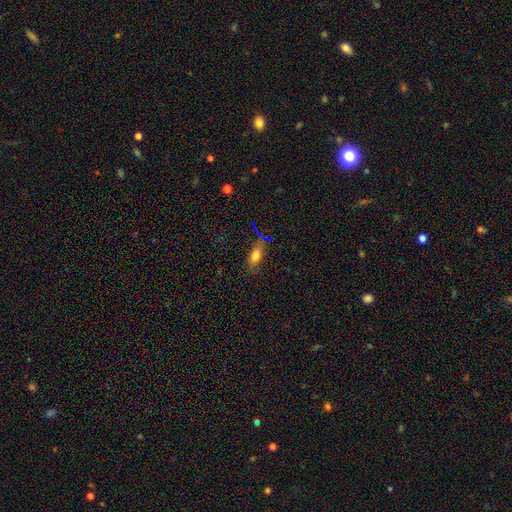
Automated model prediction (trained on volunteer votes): A smooth galaxy with no disk features (72%) that is in between round and cigar-shaped (78%).

Vote fractions:
- Smooth or featured? smooth: 72% / featured or disk: 15% / star or artifact: 13%
- How rounded? in between: 78% / cigar-shaped: 15% / round: 7%
- Merging? none: 72% / minor disturbance: 17% / major disturbance: 6% / merger: 4%